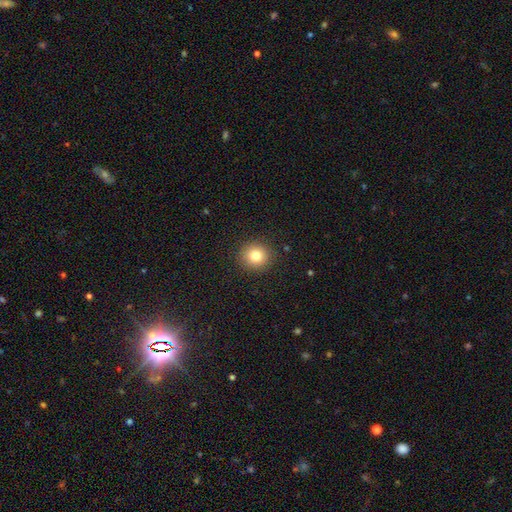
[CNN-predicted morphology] smooth 81%, star or artifact 11%, featured or disk 8%. Down the decision tree: how rounded — round (89%); merging — none (91%).